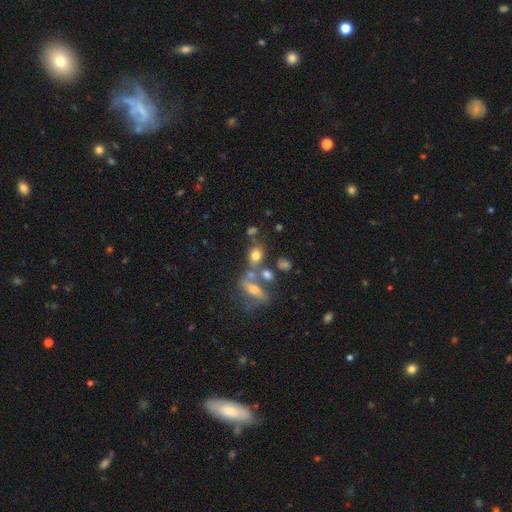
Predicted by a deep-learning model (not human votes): A smooth galaxy with no disk features (68%) that is in between round and cigar-shaped (62%).

Vote fractions:
- Smooth or featured? smooth: 68% / featured or disk: 18% / star or artifact: 14%
- How rounded? in between: 62% / round: 34% / cigar-shaped: 4%
- Merging? none: 45% / merger: 33% / minor disturbance: 14% / major disturbance: 8%